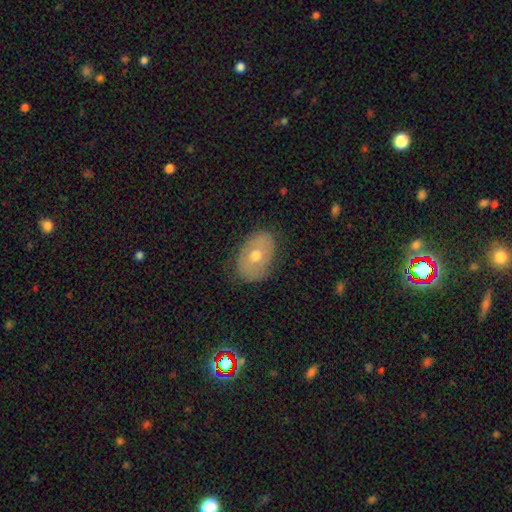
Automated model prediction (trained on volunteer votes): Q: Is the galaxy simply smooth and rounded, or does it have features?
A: smooth — 53%.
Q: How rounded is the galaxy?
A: in between — 80%.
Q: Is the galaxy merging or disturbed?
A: none — 80%.